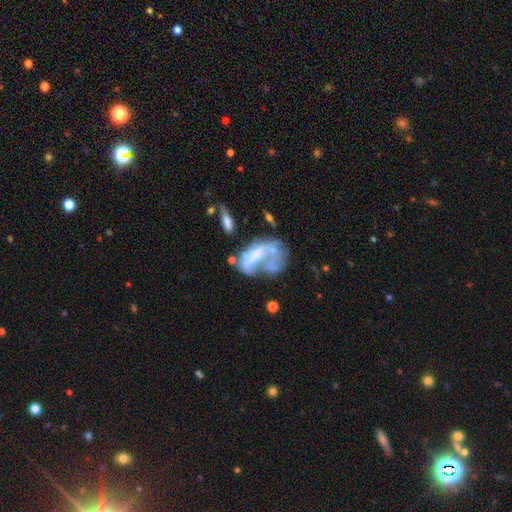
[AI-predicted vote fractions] A featured or disk galaxy (61%) with no bar (63%), no spiral arms (73%) and no central bulge (42%). Merging: major disturbance (38%).